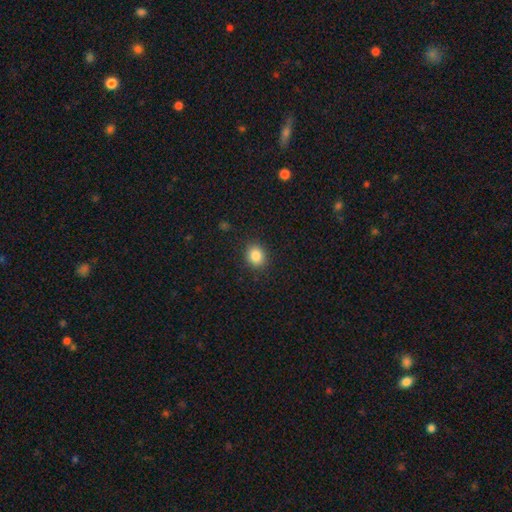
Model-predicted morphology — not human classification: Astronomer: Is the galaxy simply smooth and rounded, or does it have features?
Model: smooth — 85%.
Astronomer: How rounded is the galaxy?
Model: round — 66%.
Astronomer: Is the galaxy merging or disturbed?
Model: none — 89%.